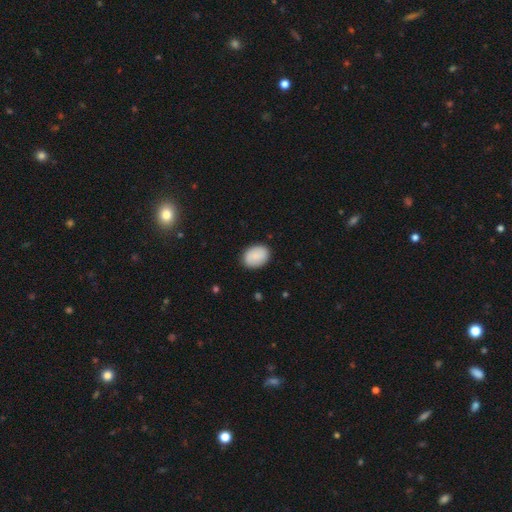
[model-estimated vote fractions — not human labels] Smooth or featured? Predicted: smooth (p=0.88). How rounded? Predicted: in between (p=0.72). Merging? Predicted: none (p=0.88).